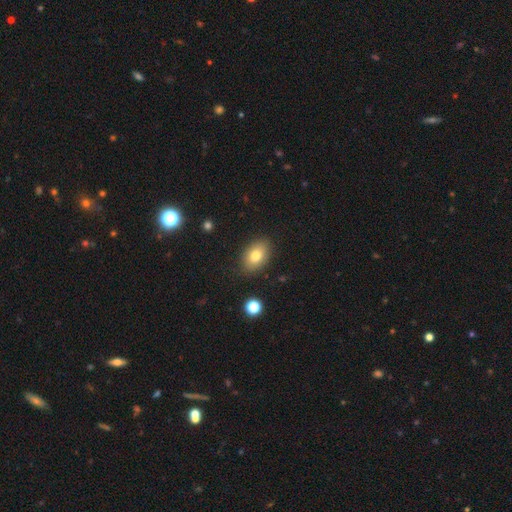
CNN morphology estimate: This is likely a smooth galaxy (79%). How rounded: clearly in between (86%). Merging: clearly none (85%).